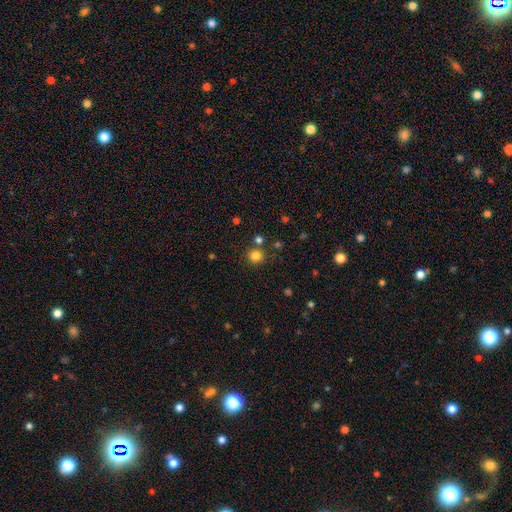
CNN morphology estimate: The model was most divided on "smooth or featured": smooth: 81%, star or artifact: 14%, featured or disk: 5%. More confident: how rounded — round (90%); merging — none (80%).